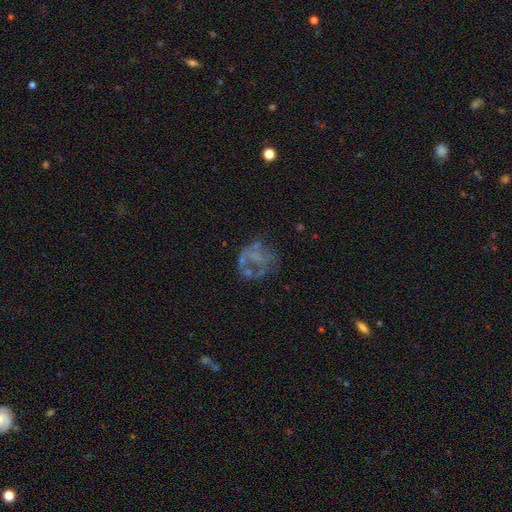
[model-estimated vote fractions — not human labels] featured or disk 56%, smooth 27%, star or artifact 17%. Down the decision tree: edge-on disk — no (98%); bar — no (87%); spiral arms — no (85%); bulge size — none (77%); merging — none (44%).